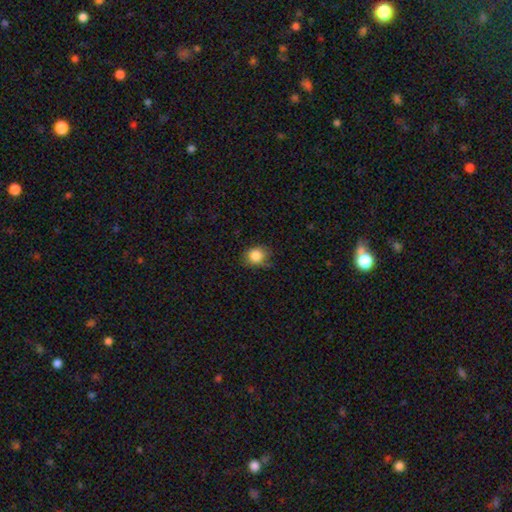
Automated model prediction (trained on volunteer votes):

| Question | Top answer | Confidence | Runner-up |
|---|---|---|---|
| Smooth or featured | smooth | 85% | star or artifact (10%) |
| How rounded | round | 71% | in between (28%) |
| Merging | none | 66% | minor disturbance (27%) |